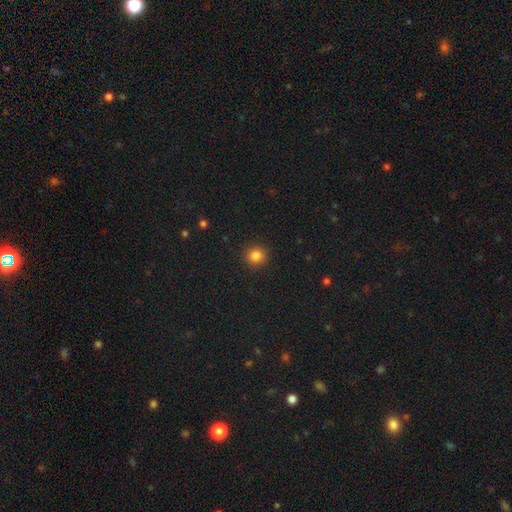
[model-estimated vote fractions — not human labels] smooth_or_featured: smooth (p=0.84) [alt: star or artifact p=0.12]
how_rounded: round (p=0.92) [alt: in between p=0.07]
merging: none (p=0.92) [alt: minor disturbance p=0.05]